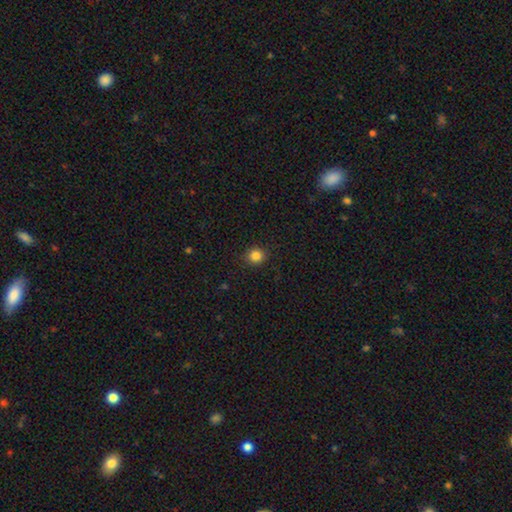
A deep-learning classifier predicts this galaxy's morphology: Smooth or featured? smooth (84%)
How rounded? round (87%)
Merging? none (90%)